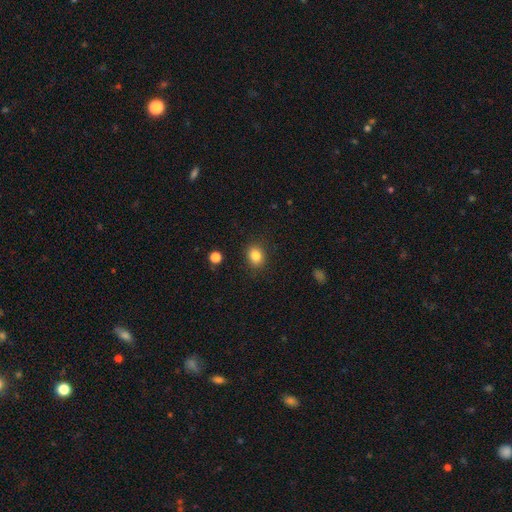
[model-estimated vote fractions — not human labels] Morphology: type=smooth (83%); roundness=round (57%); merging=none (87%).